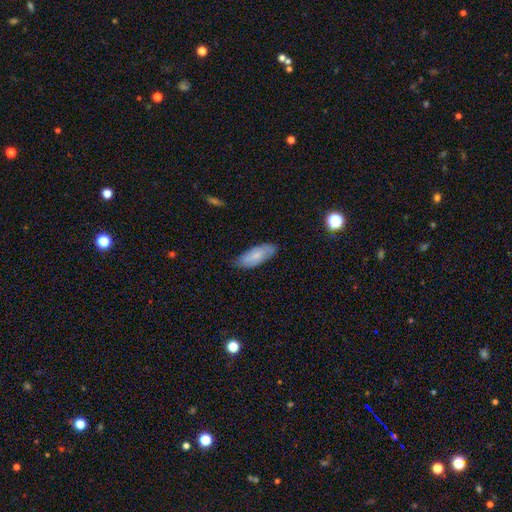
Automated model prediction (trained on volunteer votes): The model was most divided on "smooth or featured": smooth: 69%, featured or disk: 24%, star or artifact: 7%. More confident: merging — none (78%); how rounded — in between (78%).